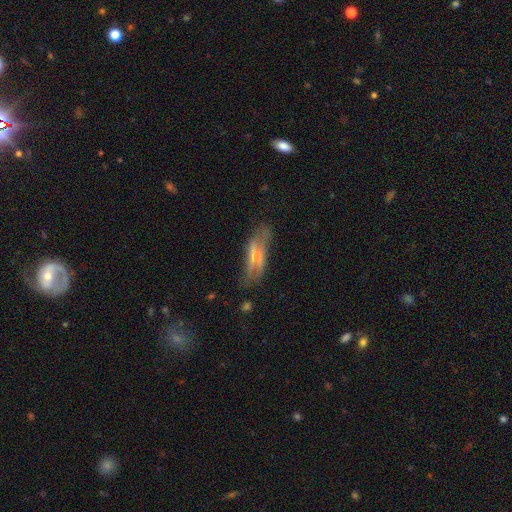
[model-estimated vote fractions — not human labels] Smooth or featured?
  - featured or disk: 49% *
  - smooth: 42%
  - star or artifact: 10%
Merging?
  - none: 40% *
  - minor disturbance: 29%
  - major disturbance: 26%
  - merger: 6%